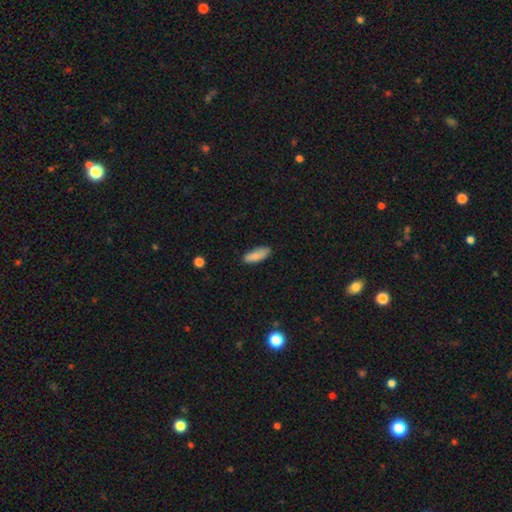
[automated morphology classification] smooth-or-featured: smooth: 86% | featured or disk: 8% | star or artifact: 7%
  how-rounded: in between: 69% | cigar-shaped: 29% | round: 2%
  merging: none: 80% | minor disturbance: 16% | major disturbance: 3% | merger: 1%